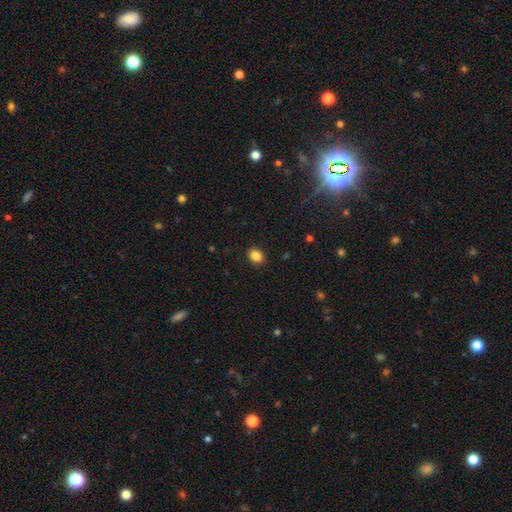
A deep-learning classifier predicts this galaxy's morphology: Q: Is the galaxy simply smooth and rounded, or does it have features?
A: smooth — 87%.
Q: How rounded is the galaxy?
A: in between — 66%.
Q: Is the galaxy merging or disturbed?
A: none — 88%.